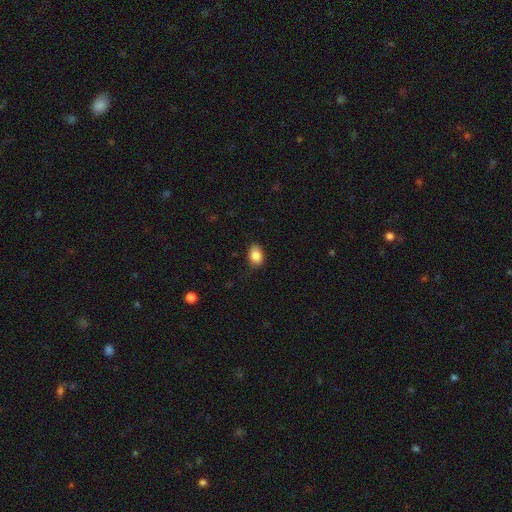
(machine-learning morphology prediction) smooth-or-featured: smooth: 85% | star or artifact: 8% | featured or disk: 6%
  how-rounded: in between: 78% | round: 21% | cigar-shaped: 1%
  merging: none: 79% | minor disturbance: 17% | major disturbance: 3% | merger: 1%